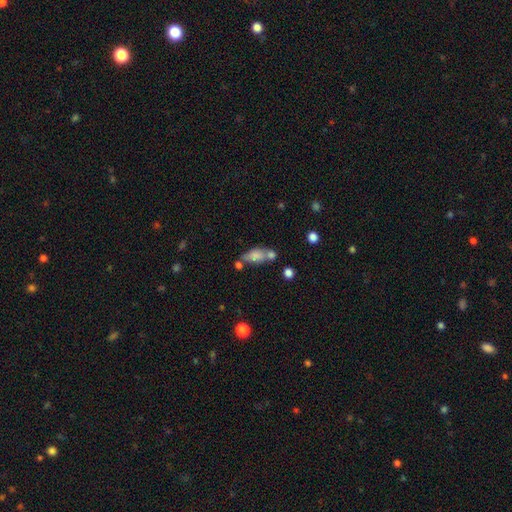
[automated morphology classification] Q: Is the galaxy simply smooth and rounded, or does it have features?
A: smooth — 71%.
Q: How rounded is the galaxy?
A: in between — 78%.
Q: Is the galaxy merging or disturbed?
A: none — 42%.